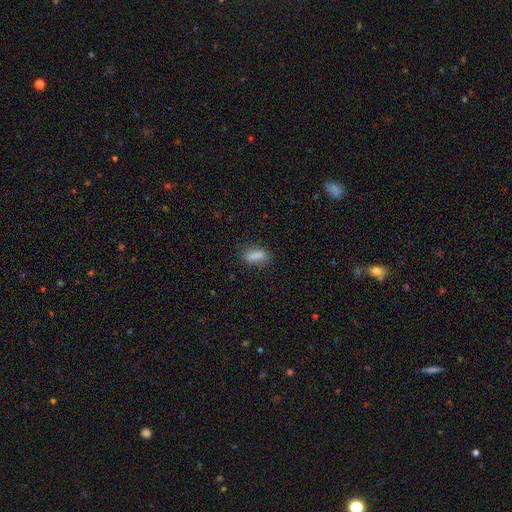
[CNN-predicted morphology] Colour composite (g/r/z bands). It shows a smooth galaxy with no disk features (83%) that is in between round and cigar-shaped (76%). Merging: none (80%).